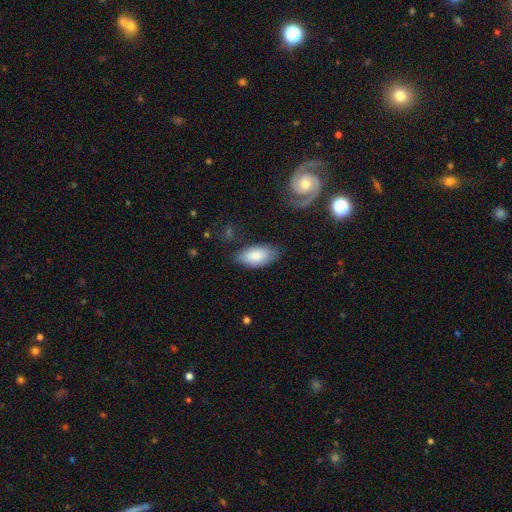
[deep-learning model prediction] The model was most divided on "merging": none: 72%, minor disturbance: 21%, major disturbance: 5%, merger: 2%. More confident: how rounded — in between (93%); smooth or featured — smooth (83%).